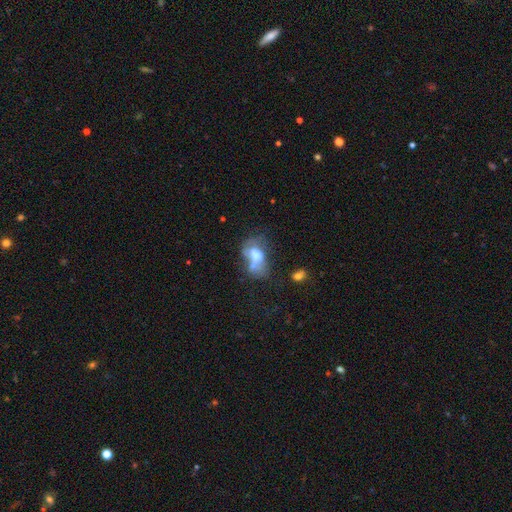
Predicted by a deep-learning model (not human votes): The model was most divided on "smooth or featured": smooth: 52%, featured or disk: 37%, star or artifact: 11%. Remaining: how rounded — in between (81%); merging — merger (38%).